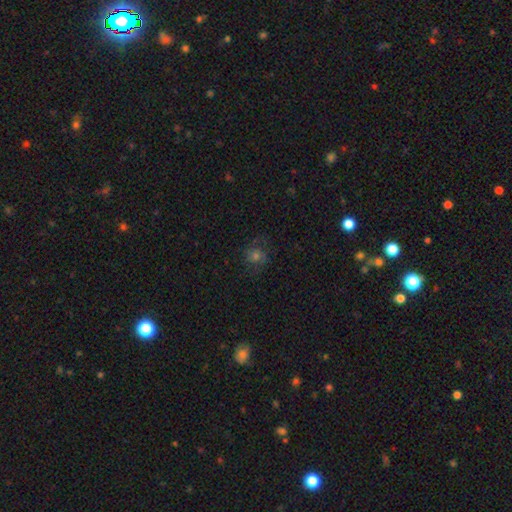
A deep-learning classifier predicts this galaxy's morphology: The model was most divided on "smooth or featured": smooth: 41%, featured or disk: 35%, star or artifact: 24%. More confident: merging — none (72%).